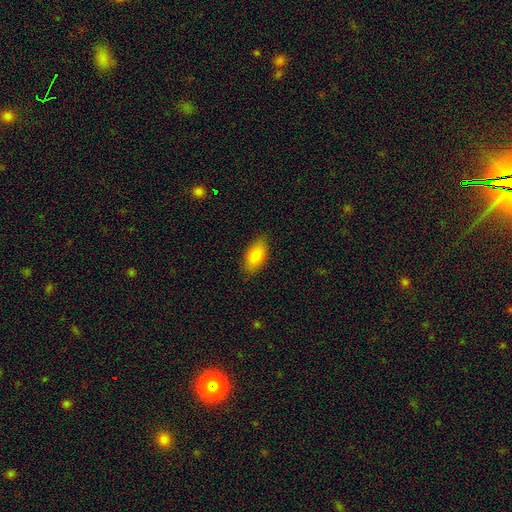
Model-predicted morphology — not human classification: smooth_or_featured: smooth (p=0.82) [alt: featured or disk p=0.11]
how_rounded: in between (p=0.91) [alt: cigar-shaped p=0.05]
merging: none (p=0.85) [alt: minor disturbance p=0.12]